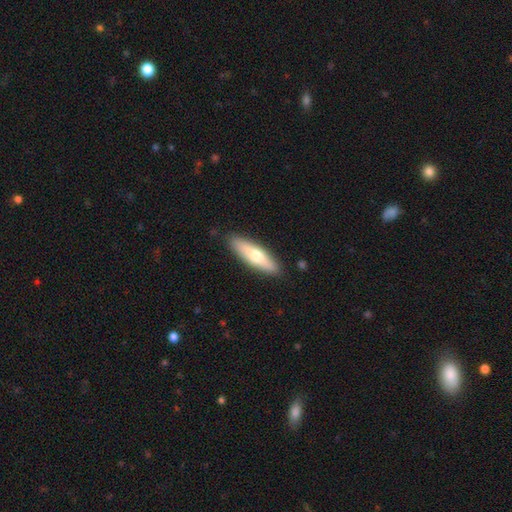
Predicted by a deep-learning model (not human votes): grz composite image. It shows a smooth galaxy with no disk features (61%) that is cigar-shaped (60%). Merging: none (88%).